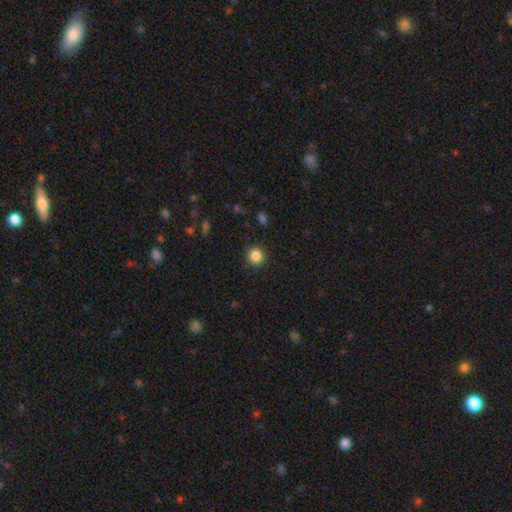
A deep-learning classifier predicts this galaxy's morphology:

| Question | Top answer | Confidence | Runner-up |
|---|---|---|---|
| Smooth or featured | smooth | 85% | star or artifact (11%) |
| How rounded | round | 94% | in between (5%) |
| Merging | none | 92% | minor disturbance (5%) |